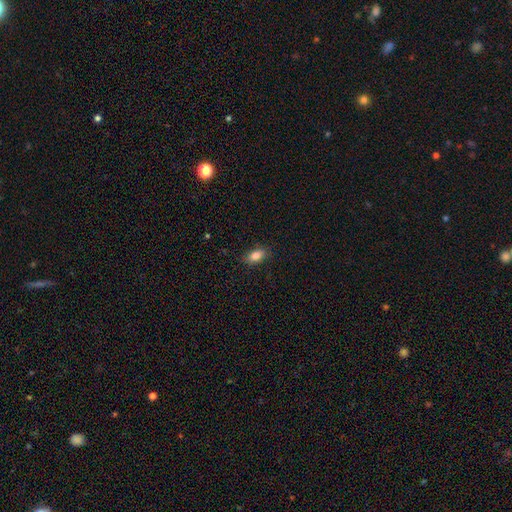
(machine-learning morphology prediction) smooth_or_featured: smooth (p=0.84) [alt: star or artifact p=0.08]
how_rounded: in between (p=0.88) [alt: round p=0.07]
merging: none (p=0.86) [alt: minor disturbance p=0.10]